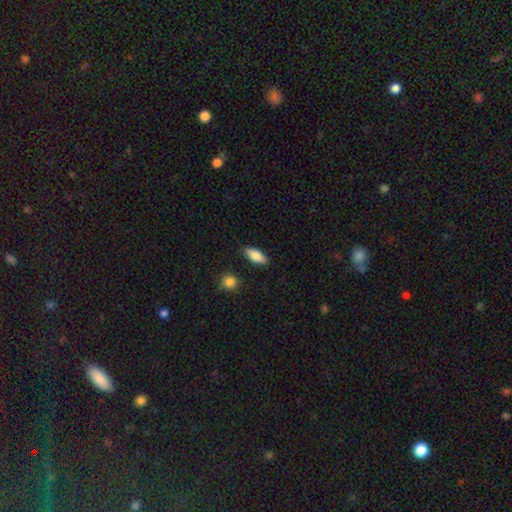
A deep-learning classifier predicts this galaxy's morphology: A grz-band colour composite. It shows a smooth galaxy with no disk features (82%) that is in between round and cigar-shaped (80%). Merging: none (86%).